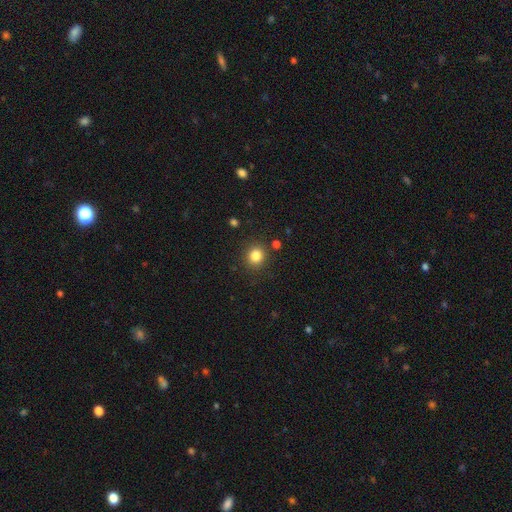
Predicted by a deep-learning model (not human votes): A smooth galaxy with no disk features (83%) that is round (84%). Merging: none (87%).